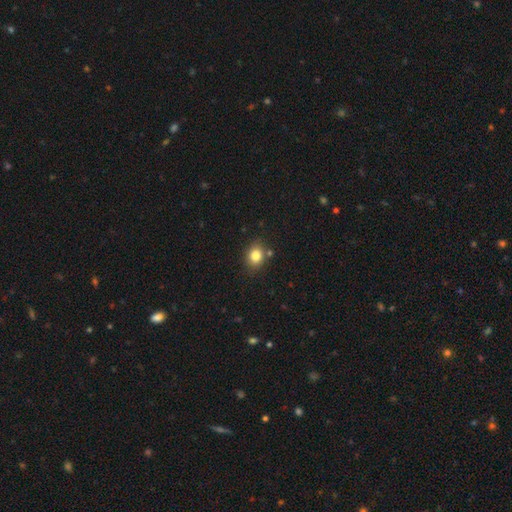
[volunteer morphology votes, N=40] Overall: smooth (92%). How rounded: in between (51%; round 49%). Merging: none (76%).